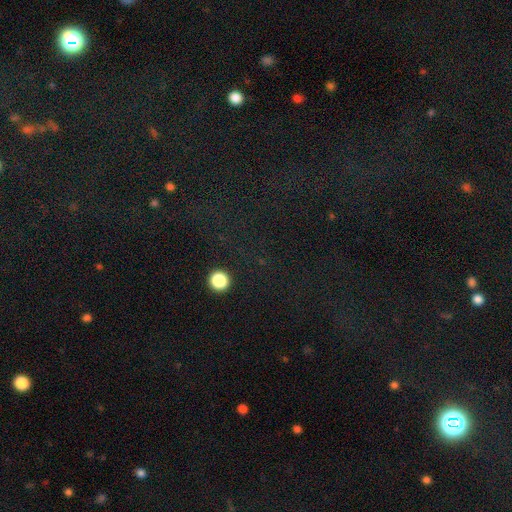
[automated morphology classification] The model was most divided on "smooth or featured": star or artifact: 73%, smooth: 16%, featured or disk: 11%.